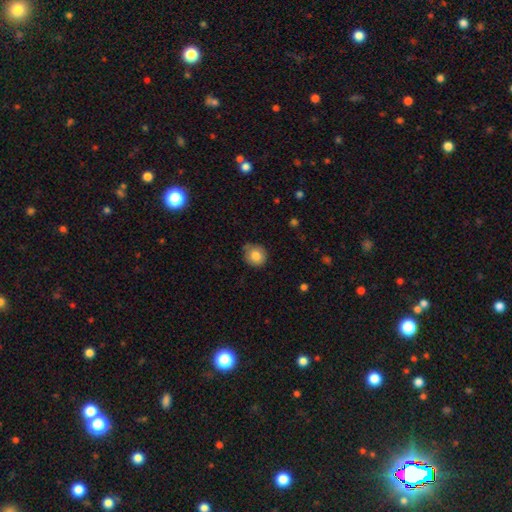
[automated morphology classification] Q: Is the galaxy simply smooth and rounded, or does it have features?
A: smooth — 82%.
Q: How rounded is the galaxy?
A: round — 86%.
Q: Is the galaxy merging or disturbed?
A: none — 76%.